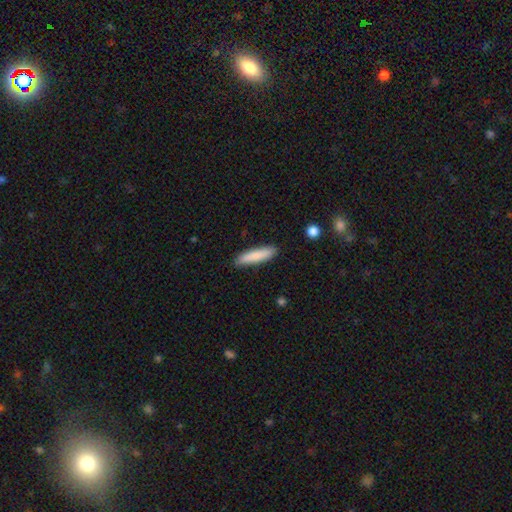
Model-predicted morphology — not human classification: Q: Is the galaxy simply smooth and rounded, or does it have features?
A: smooth — 84%.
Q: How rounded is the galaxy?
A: cigar-shaped — 82%.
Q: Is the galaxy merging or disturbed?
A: none — 87%.